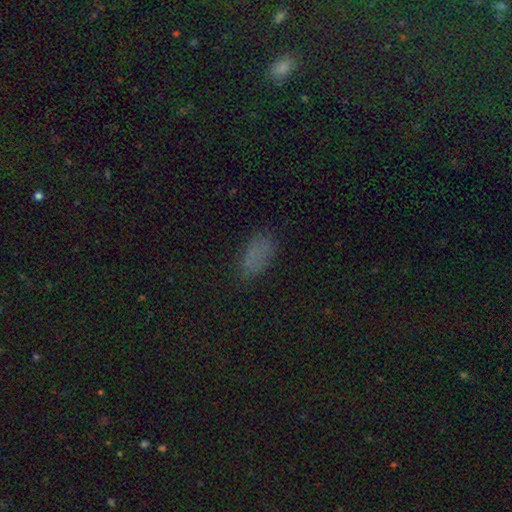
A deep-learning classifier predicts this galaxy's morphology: smooth 73%, star or artifact 19%, featured or disk 8%. Down the decision tree: how rounded — in between (90%); merging — none (77%).